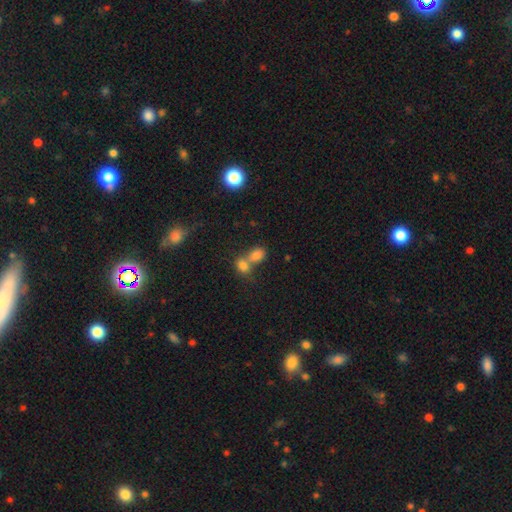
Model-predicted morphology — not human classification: Smooth or featured? Predicted: smooth (p=0.79). How rounded? Predicted: in between (p=0.65). Merging? Predicted: merger (p=0.63).